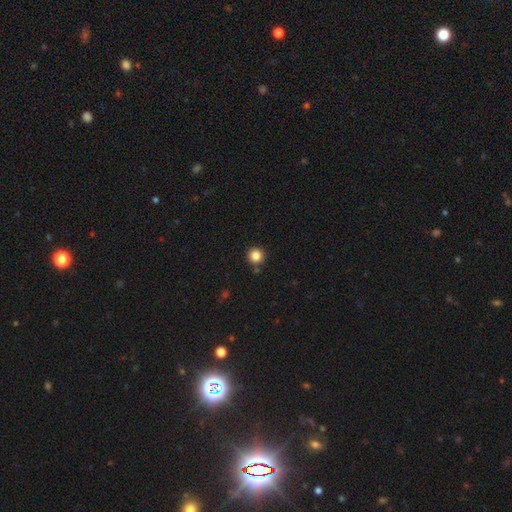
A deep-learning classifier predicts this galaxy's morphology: smooth_or_featured: smooth (p=0.85) [alt: star or artifact p=0.11]
how_rounded: round (p=0.95) [alt: in between p=0.04]
merging: none (p=0.88) [alt: minor disturbance p=0.06]